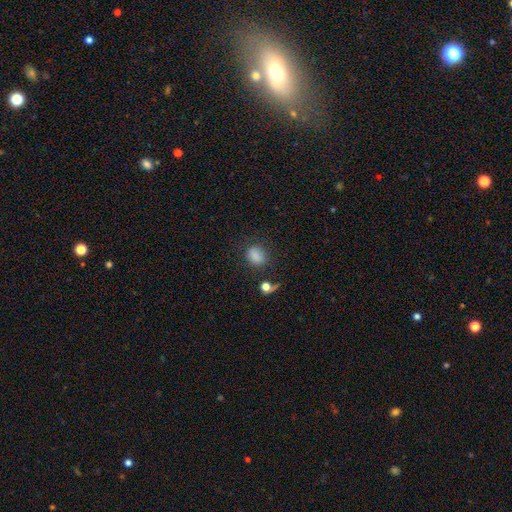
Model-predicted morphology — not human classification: A smooth galaxy with no disk features (80%) that is in between round and cigar-shaped (51%).

Vote fractions:
- Smooth or featured? smooth: 80% / star or artifact: 13% / featured or disk: 7%
- How rounded? in between: 51% / round: 48% / cigar-shaped: 2%
- Merging? none: 65% / minor disturbance: 17% / major disturbance: 10% / merger: 8%